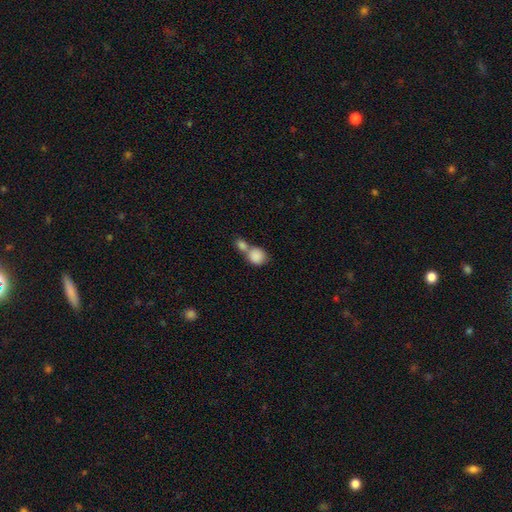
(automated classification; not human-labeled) smooth 86%, star or artifact 7%, featured or disk 7%. Down the decision tree: how rounded — round (74%); merging — merger (63%).